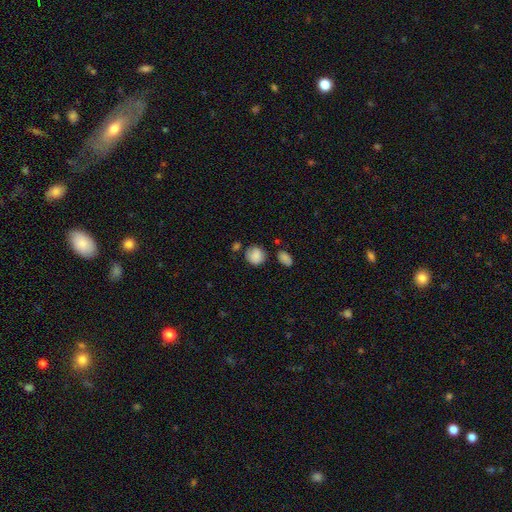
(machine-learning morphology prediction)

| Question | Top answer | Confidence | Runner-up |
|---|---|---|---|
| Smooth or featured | smooth | 84% | star or artifact (9%) |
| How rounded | round | 82% | in between (17%) |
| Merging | none | 68% | minor disturbance (19%) |